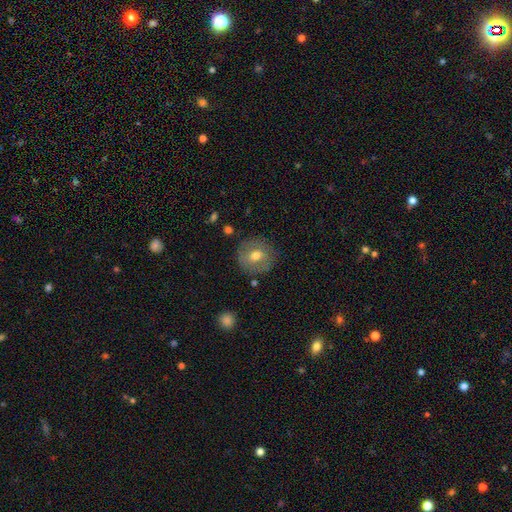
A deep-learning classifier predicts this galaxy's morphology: This appears to be a smooth galaxy with no disk features (61%) that is round (88%). Merging: none (81%).